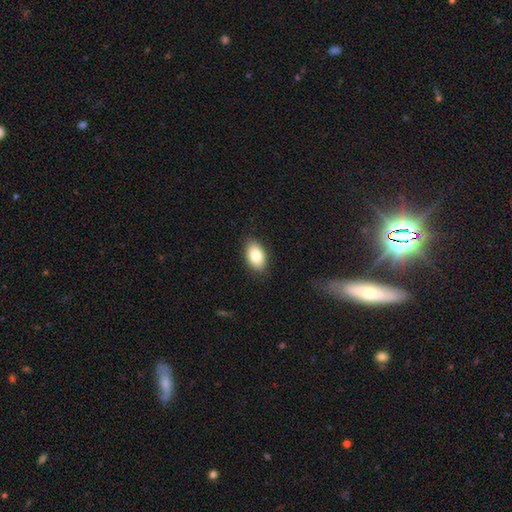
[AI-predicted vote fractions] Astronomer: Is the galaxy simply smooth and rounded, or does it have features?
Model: smooth — 83%.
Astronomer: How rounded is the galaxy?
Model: in between — 92%.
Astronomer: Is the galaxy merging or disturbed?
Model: none — 88%.